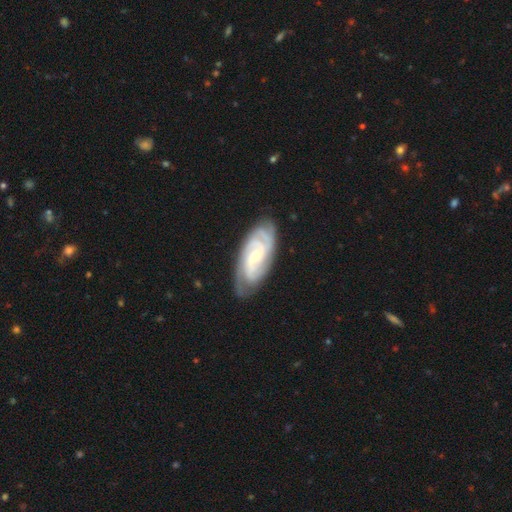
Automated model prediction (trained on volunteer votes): The model was most divided on "spiral arm count": 3: 32%, can't tell: 21%, 4: 20%, 2: 19%, more than 4: 5%, 1: 4%. More confident: spiral arms — yes (97%); edge-on disk — no (94%); smooth or featured — featured or disk (87%); merging — none (78%); spiral winding — tight (64%); bulge size — small (58%); bar — no (52%).